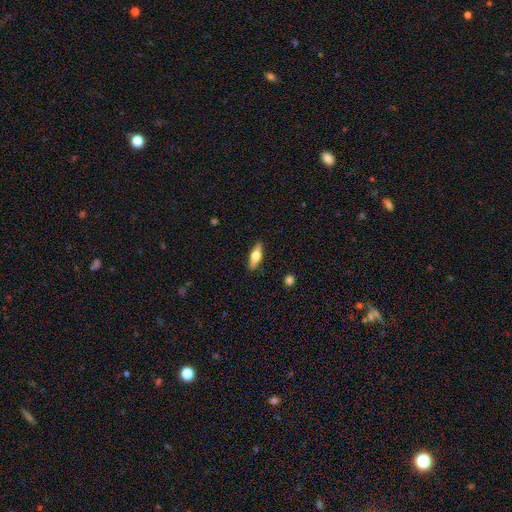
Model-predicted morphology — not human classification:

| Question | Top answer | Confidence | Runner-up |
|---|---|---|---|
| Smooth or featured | smooth | 52% | featured or disk (42%) |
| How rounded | in between | 51% | cigar-shaped (46%) |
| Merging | none | 88% | minor disturbance (8%) |